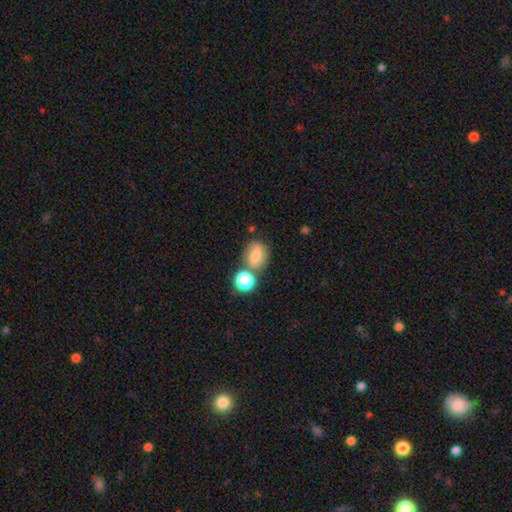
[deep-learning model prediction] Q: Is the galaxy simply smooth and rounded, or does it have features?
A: smooth — 66%.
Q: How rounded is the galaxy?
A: round — 58%.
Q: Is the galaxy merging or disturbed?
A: none — 60%.